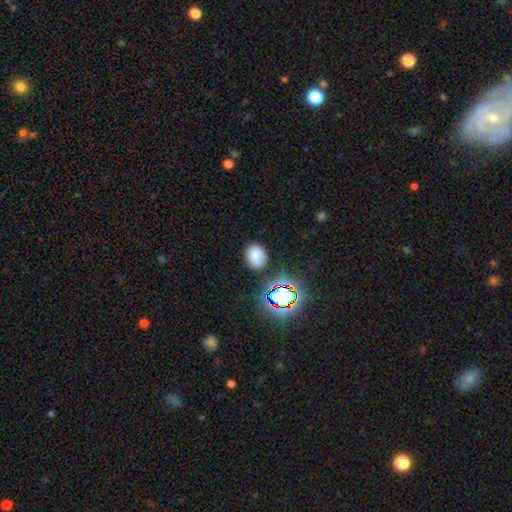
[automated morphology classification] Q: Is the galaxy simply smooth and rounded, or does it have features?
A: smooth — 74%.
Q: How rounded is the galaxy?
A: round — 56%.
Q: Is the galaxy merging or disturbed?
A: none — 79%.